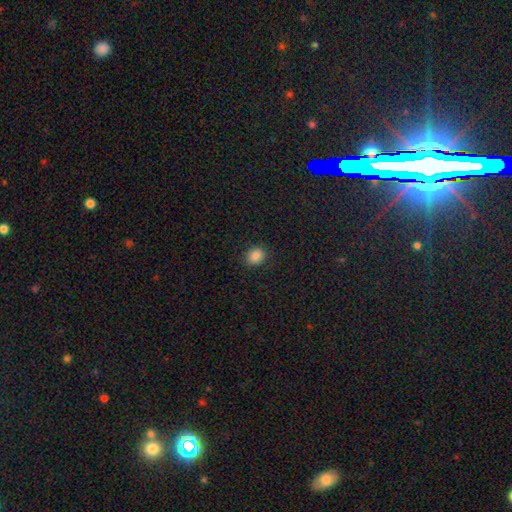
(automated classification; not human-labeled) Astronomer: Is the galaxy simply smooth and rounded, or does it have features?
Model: smooth — 84%.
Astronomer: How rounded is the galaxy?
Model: round — 61% (runner-up: in between, 38%).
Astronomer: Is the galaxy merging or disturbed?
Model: none — 89%.